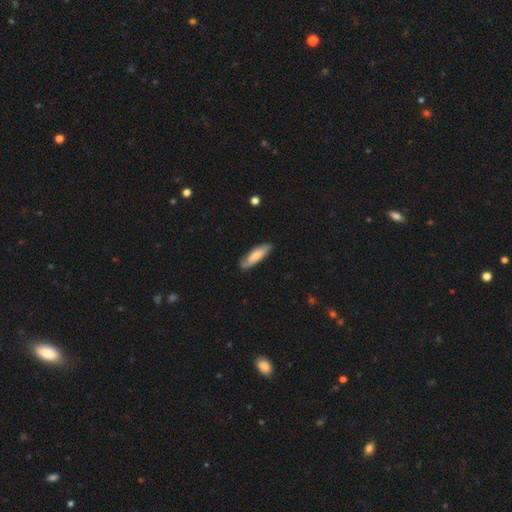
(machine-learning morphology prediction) type=smooth (64%); roundness=in between (50%); merging=none (75%).